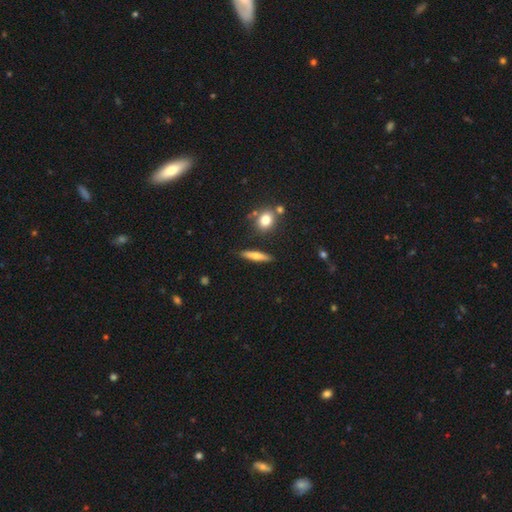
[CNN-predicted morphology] The model was most divided on "smooth or featured": smooth: 59%, featured or disk: 33%, star or artifact: 7%. More confident: merging — none (85%); how rounded — cigar-shaped (81%).